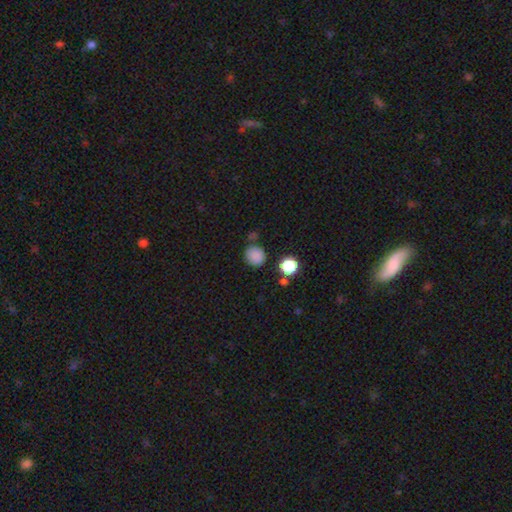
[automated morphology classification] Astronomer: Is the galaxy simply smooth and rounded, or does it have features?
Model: smooth — 84%.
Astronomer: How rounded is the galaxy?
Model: round — 85%.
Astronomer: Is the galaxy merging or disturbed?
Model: none — 76%.